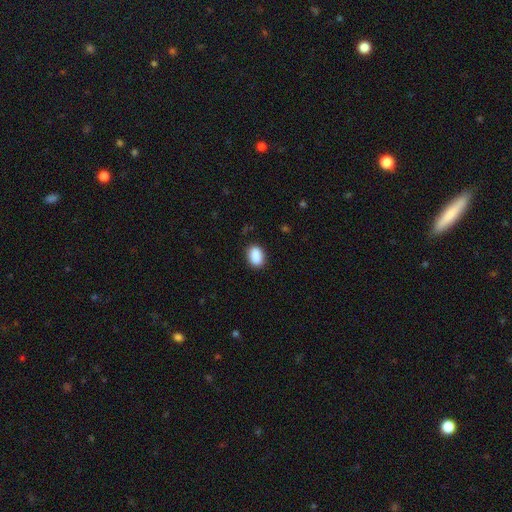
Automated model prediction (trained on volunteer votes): Overall: smooth (90%). How rounded: in between (79%). Merging: none (86%).